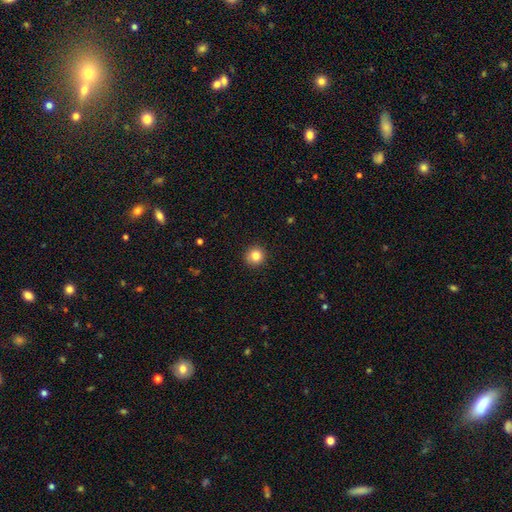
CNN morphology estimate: Smooth or featured?
  - smooth: 83% *
  - star or artifact: 11%
  - featured or disk: 6%
How rounded?
  - round: 94% *
  - in between: 5%
  - cigar-shaped: 1%
Merging?
  - none: 92% *
  - minor disturbance: 6%
  - major disturbance: 2%
  - merger: 1%